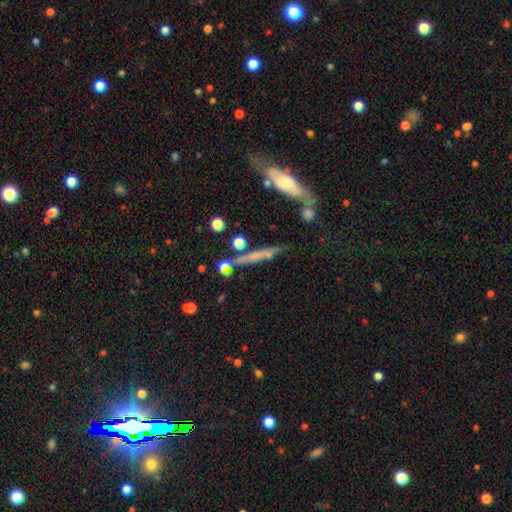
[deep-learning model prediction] Smooth or featured: featured or disk — 56% (smooth — 33%)
Edge-on disk: yes — 91% (no — 9%)
Edge-on bulge: none — 62% (rounded — 26%)
Merging: none — 68% (minor disturbance — 15%)